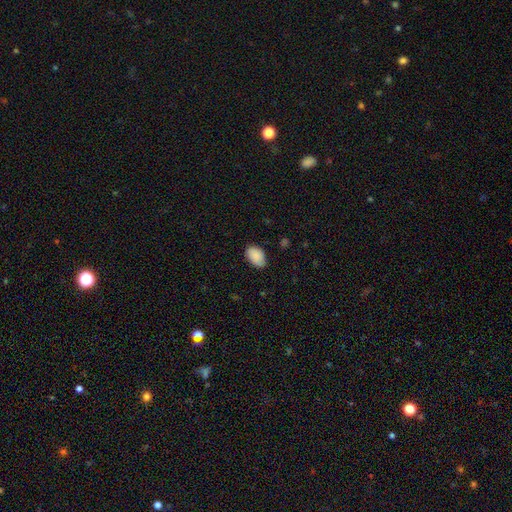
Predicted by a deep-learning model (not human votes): Smooth or featured?
  - smooth: 88% *
  - star or artifact: 7%
  - featured or disk: 5%
How rounded?
  - in between: 88% *
  - round: 11%
  - cigar-shaped: 1%
Merging?
  - none: 78% *
  - minor disturbance: 18%
  - major disturbance: 3%
  - merger: 1%